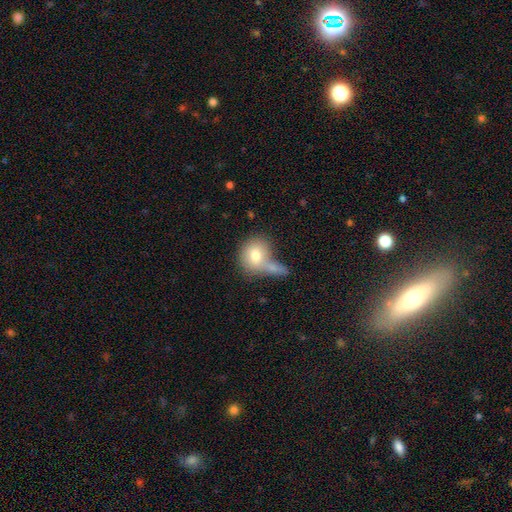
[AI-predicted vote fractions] The model was most divided on "merging": merger: 41%, none: 36%, minor disturbance: 12%, major disturbance: 11%. More confident: how rounded — round (79%); smooth or featured — smooth (75%).